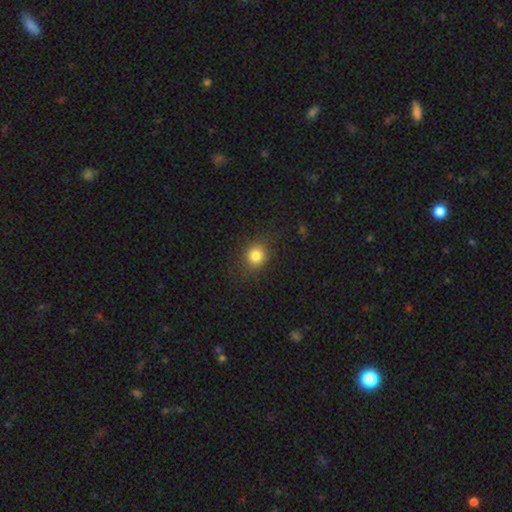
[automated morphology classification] Smooth or featured? Predicted: smooth (p=0.82). How rounded? Predicted: round (p=0.81). Merging? Predicted: none (p=0.84).